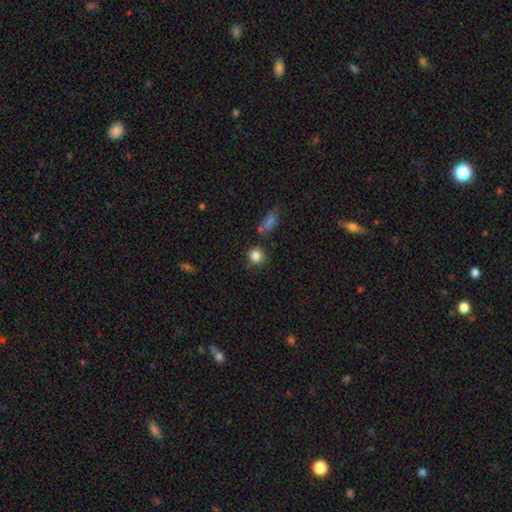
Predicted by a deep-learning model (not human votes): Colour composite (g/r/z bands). It shows a smooth galaxy with no disk features (84%) that is round (90%). Merging: none (76%).